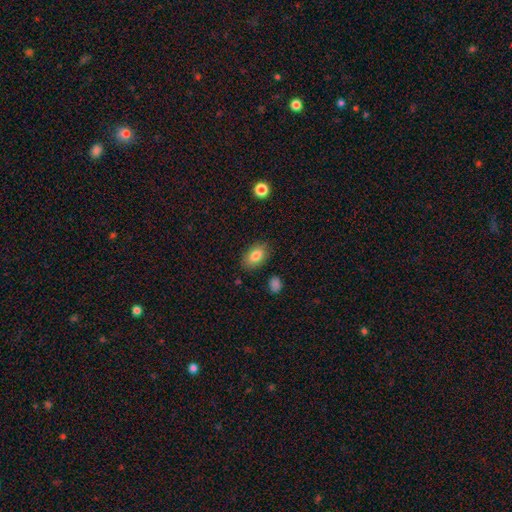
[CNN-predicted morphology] Smooth or featured: smooth — 82% (featured or disk — 10%)
How rounded: in between — 88% (round — 10%)
Merging: none — 85% (minor disturbance — 11%)